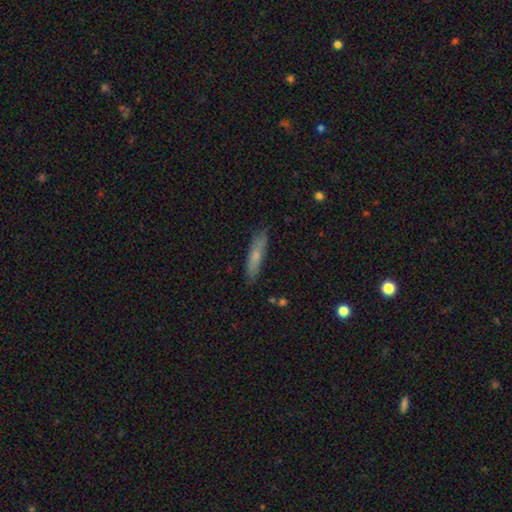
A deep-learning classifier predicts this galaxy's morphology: This is likely a smooth galaxy (66%). How rounded: clearly cigar-shaped (81%). Merging: clearly none (84%).